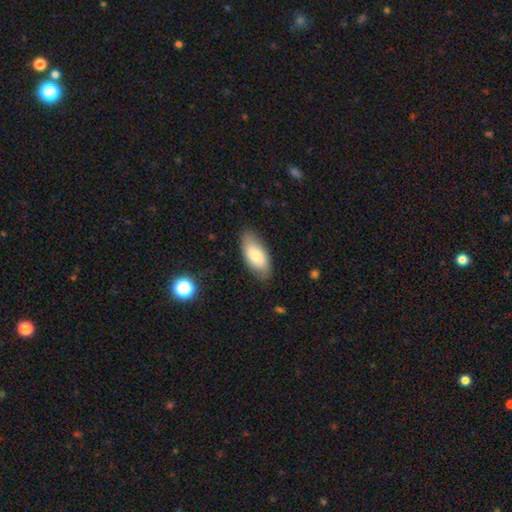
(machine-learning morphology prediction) Q: Smooth or featured?
A: smooth (78%); runner-up: featured or disk (16%)
Q: How rounded?
A: in between (90%); runner-up: cigar-shaped (8%)
Q: Merging?
A: none (80%); runner-up: minor disturbance (15%)